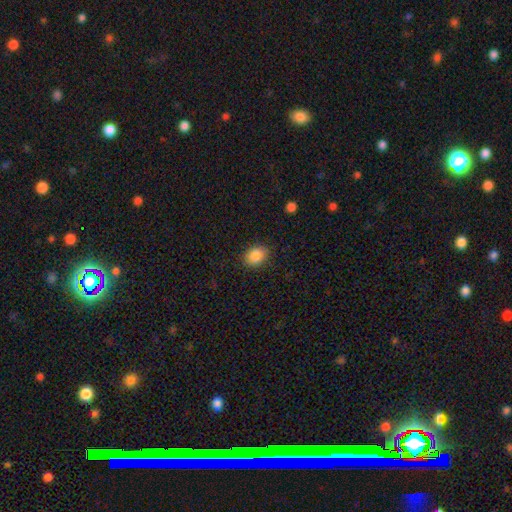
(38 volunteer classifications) Overall: smooth (89%). How rounded: in between (53%; round 41%). Merging: none (83%).